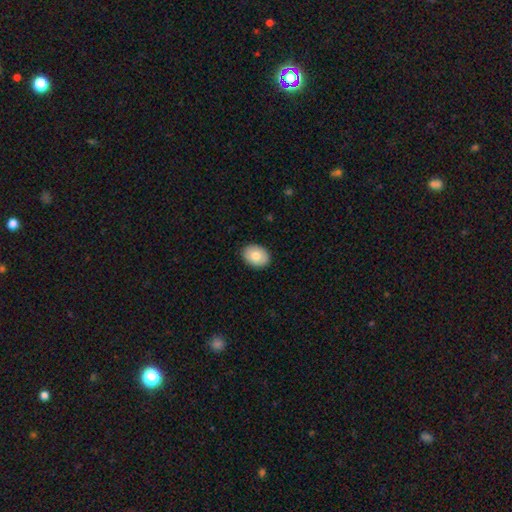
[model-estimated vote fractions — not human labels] smooth_or_featured: smooth (p=0.78) [alt: featured or disk p=0.15]
how_rounded: in between (p=0.70) [alt: round p=0.29]
merging: none (p=0.90) [alt: minor disturbance p=0.08]